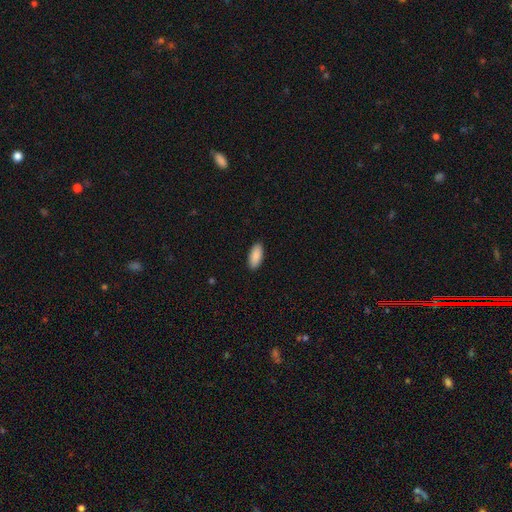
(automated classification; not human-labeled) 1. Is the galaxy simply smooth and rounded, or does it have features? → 90% smooth, 6% star or artifact, 4% featured or disk.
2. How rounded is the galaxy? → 89% in between, 10% cigar-shaped, 2% round.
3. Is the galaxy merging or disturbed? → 90% none, 7% minor disturbance, 2% major disturbance, 1% merger.